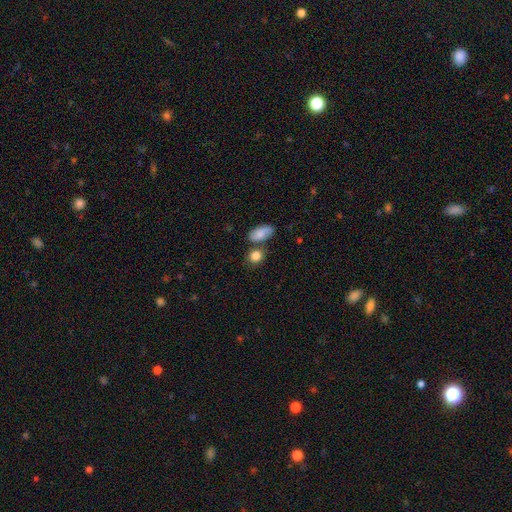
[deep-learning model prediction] smooth_or_featured: smooth (p=0.84) [alt: star or artifact p=0.09]
how_rounded: round (p=0.61) [alt: in between p=0.37]
merging: none (p=0.57) [alt: merger p=0.24]